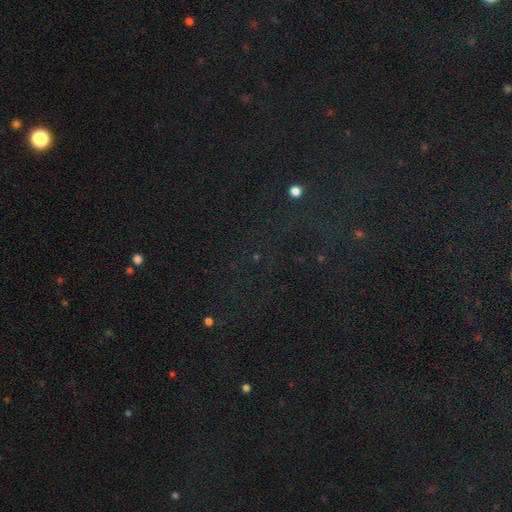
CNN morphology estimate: This appears to be a star or artifact, not a galaxy (80%).